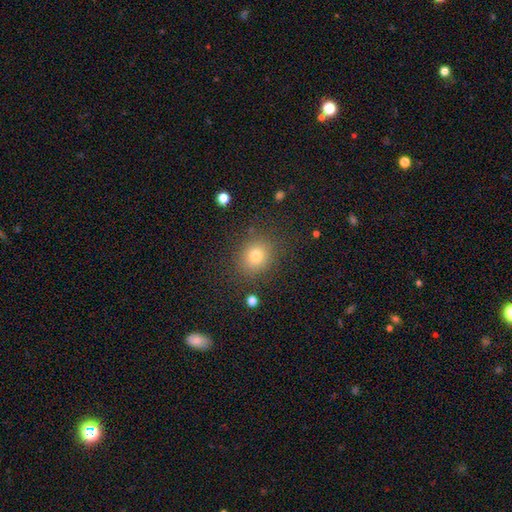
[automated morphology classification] Smooth or featured?
  - smooth: 76% *
  - star or artifact: 15%
  - featured or disk: 9%
How rounded?
  - round: 75% *
  - in between: 24%
  - cigar-shaped: 1%
Merging?
  - none: 85% *
  - minor disturbance: 10%
  - major disturbance: 4%
  - merger: 2%